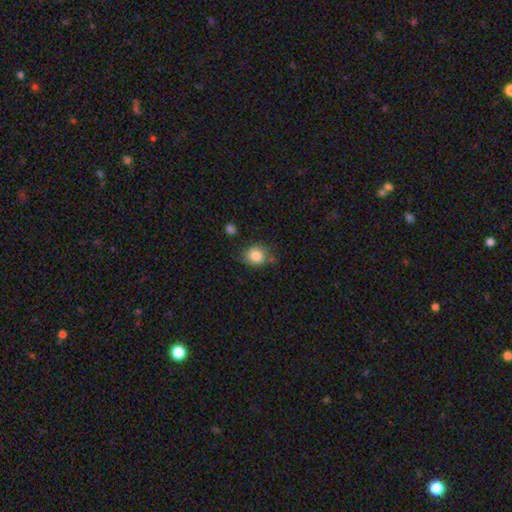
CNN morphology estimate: Smooth or featured?
  - smooth: 84% *
  - star or artifact: 9%
  - featured or disk: 8%
How rounded?
  - round: 73% *
  - in between: 26%
  - cigar-shaped: 1%
Merging?
  - none: 70% *
  - minor disturbance: 19%
  - merger: 6%
  - major disturbance: 5%